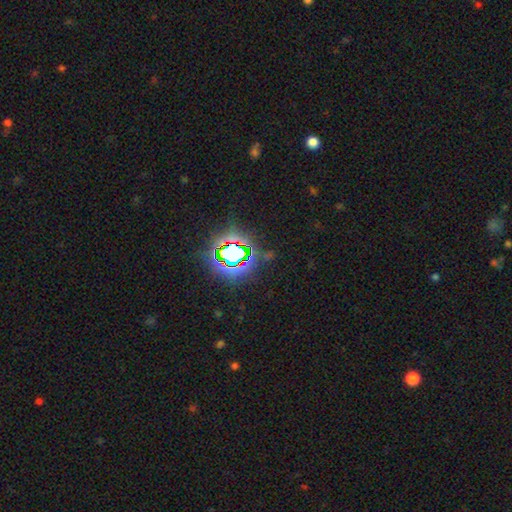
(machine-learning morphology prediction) Smooth or featured?
  - star or artifact: 82% *
  - smooth: 11%
  - featured or disk: 7%